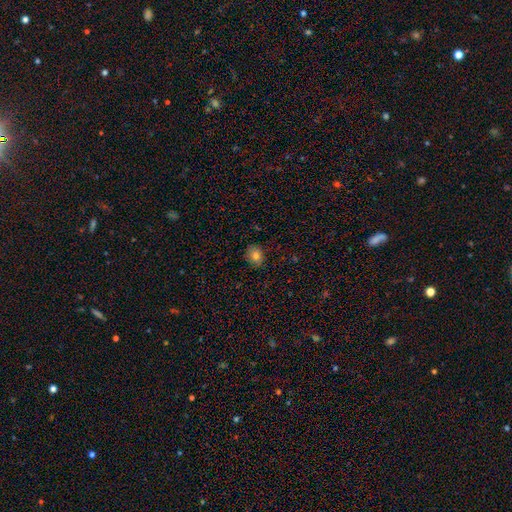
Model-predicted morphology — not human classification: Smooth or featured?
  - smooth: 82% *
  - star or artifact: 11%
  - featured or disk: 7%
How rounded?
  - round: 58% *
  - in between: 41%
  - cigar-shaped: 1%
Merging?
  - none: 84% *
  - minor disturbance: 13%
  - major disturbance: 2%
  - merger: 1%